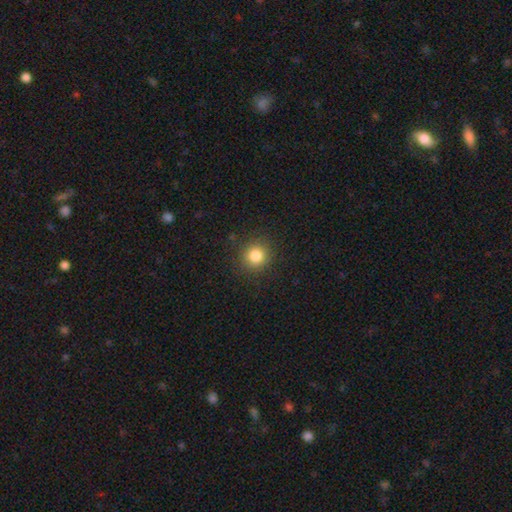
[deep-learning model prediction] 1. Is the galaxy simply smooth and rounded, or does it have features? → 83% smooth, 12% star or artifact, 5% featured or disk.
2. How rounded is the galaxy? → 90% round, 9% in between, 1% cigar-shaped.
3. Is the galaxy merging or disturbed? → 89% none, 7% minor disturbance, 3% major disturbance, 1% merger.